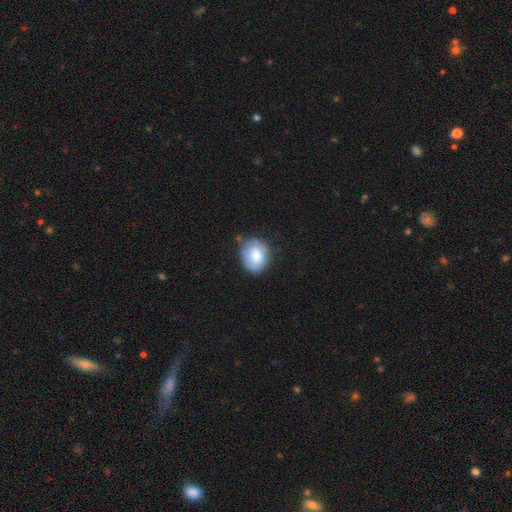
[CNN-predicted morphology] Smooth or featured?
  - smooth: 76% *
  - featured or disk: 18%
  - star or artifact: 7%
How rounded?
  - in between: 50% *
  - round: 49%
  - cigar-shaped: 1%
Merging?
  - none: 70% *
  - minor disturbance: 22%
  - major disturbance: 5%
  - merger: 3%